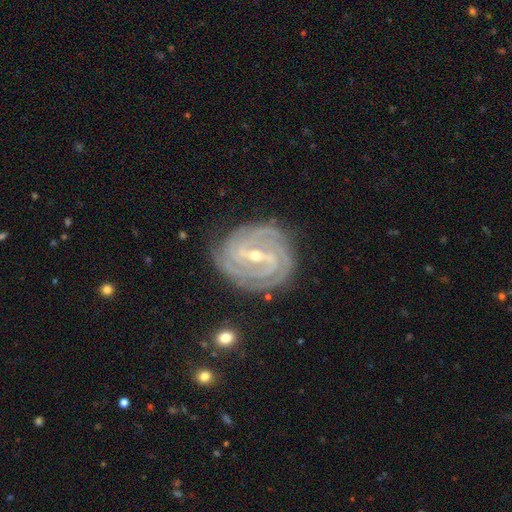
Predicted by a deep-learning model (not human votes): This is clearly a featured or disk galaxy (92%). It is clearly not viewed edge-on (97%). Bar: possibly strong (55%). Spiral arm pattern: clearly yes (98%). Spiral arm count: marginally 3 (29%, tied with 4). Spiral winding: clearly tight (81%). Central bulge: possibly small (59%). Merging: clearly none (82%).